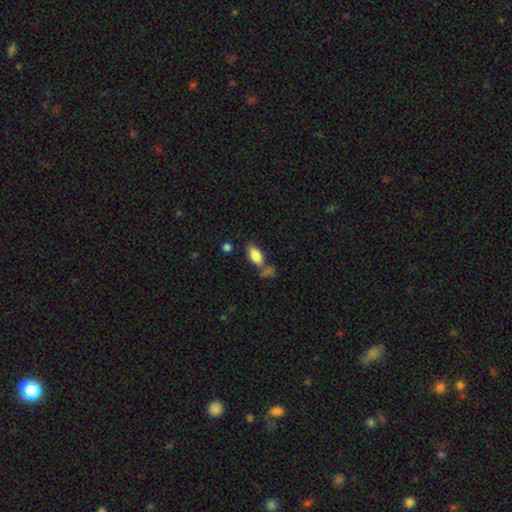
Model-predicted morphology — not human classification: This appears to be a smooth galaxy with no disk features (81%) that is in between round and cigar-shaped (88%). Merging: none (59%).